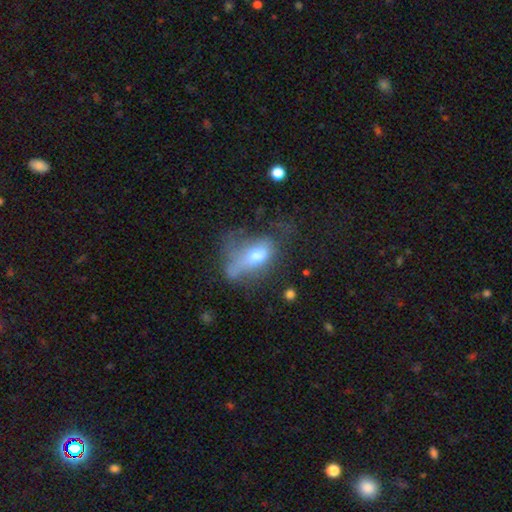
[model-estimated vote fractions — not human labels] smooth-or-featured: smooth: 56% | featured or disk: 33% | star or artifact: 11%
  how-rounded: in between: 81% | round: 12% | cigar-shaped: 6%
  merging: major disturbance: 47% | none: 22% | minor disturbance: 22% | merger: 9%